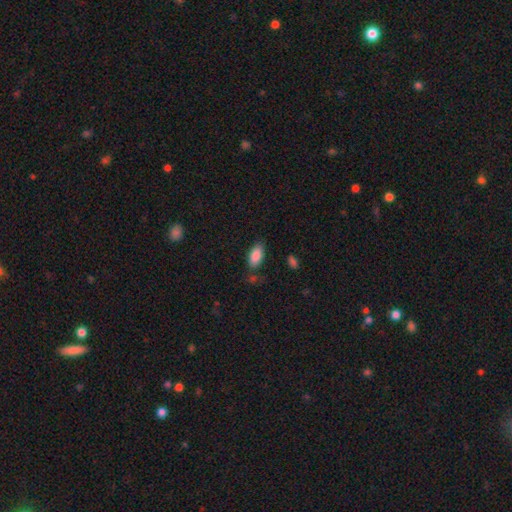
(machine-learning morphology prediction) smooth 88%, star or artifact 7%, featured or disk 5%. Down the decision tree: how rounded — in between (92%); merging — none (73%).